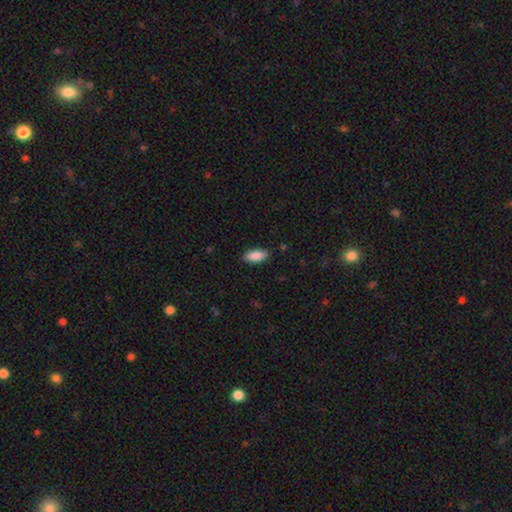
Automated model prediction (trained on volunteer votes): This appears to be a smooth galaxy with no disk features (89%) that is in between round and cigar-shaped (86%). Merging: none (87%).